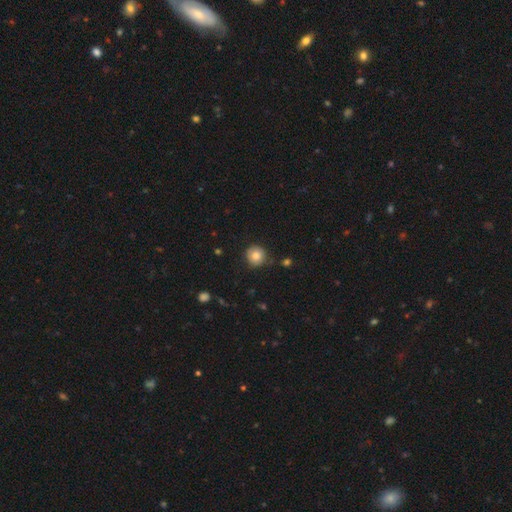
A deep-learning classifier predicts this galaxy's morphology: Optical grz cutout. It shows a smooth galaxy with no disk features (81%) that is round (94%). Merging: none (85%).